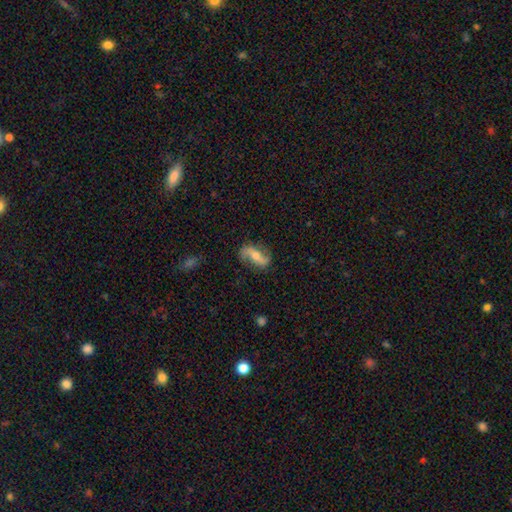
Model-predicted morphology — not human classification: Smooth or featured?
  - featured or disk: 73% *
  - smooth: 20%
  - star or artifact: 7%
Edge-on disk?
  - no: 92% *
  - yes: 8%
Bar?
  - strong: 38% *
  - no: 34%
  - weak: 28%
Spiral arms?
  - yes: 90% *
  - no: 10%
Spiral winding?
  - loose: 67% *
  - medium: 23%
  - tight: 10%
Spiral arm count?
  - 2: 92% *
  - can't tell: 3%
  - 1: 2%
  - 3: 1%
  - 4: 1%
  - more than 4: 1%
Bulge size?
  - moderate: 54% *
  - small: 39%
  - large: 3%
  - none: 2%
  - dominant: 1%
Merging?
  - none: 80% *
  - minor disturbance: 14%
  - major disturbance: 5%
  - merger: 1%